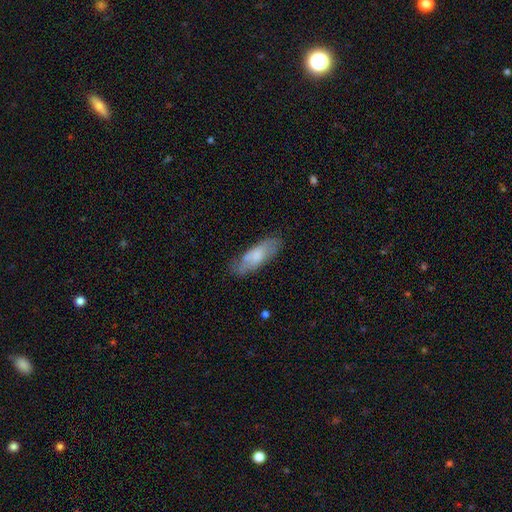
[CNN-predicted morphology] smooth 67%, featured or disk 26%, star or artifact 6%. Down the decision tree: how rounded — in between (64%); merging — none (67%).